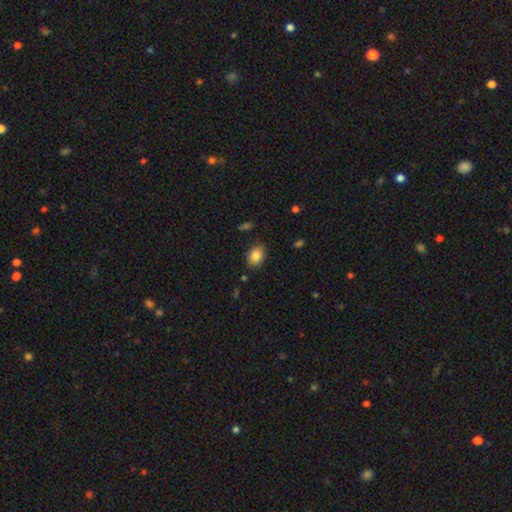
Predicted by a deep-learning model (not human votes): Smooth or featured?
  - smooth: 84% *
  - star or artifact: 8%
  - featured or disk: 7%
How rounded?
  - in between: 69% *
  - round: 31%
  - cigar-shaped: 1%
Merging?
  - none: 85% *
  - minor disturbance: 11%
  - major disturbance: 3%
  - merger: 2%